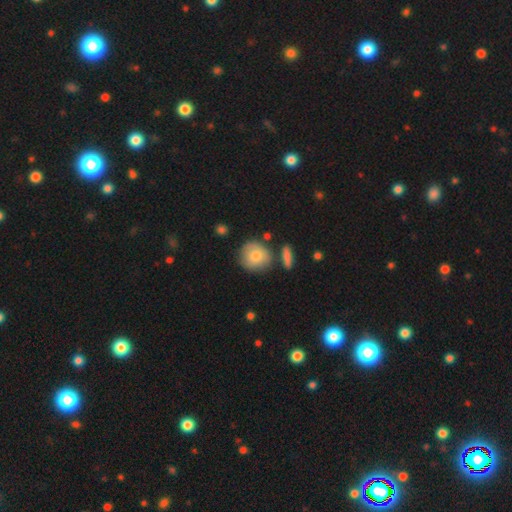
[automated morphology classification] Smooth or featured: smooth — 78% (featured or disk — 15%)
How rounded: round — 88% (in between — 11%)
Merging: none — 70% (minor disturbance — 17%)